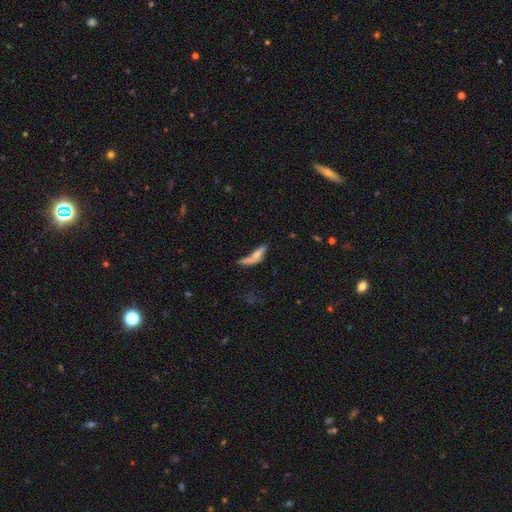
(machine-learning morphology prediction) Smooth or featured?
  - smooth: 55% *
  - featured or disk: 34%
  - star or artifact: 11%
How rounded?
  - cigar-shaped: 56% *
  - in between: 40%
  - round: 4%
Merging?
  - major disturbance: 30% *
  - merger: 27%
  - none: 24%
  - minor disturbance: 18%